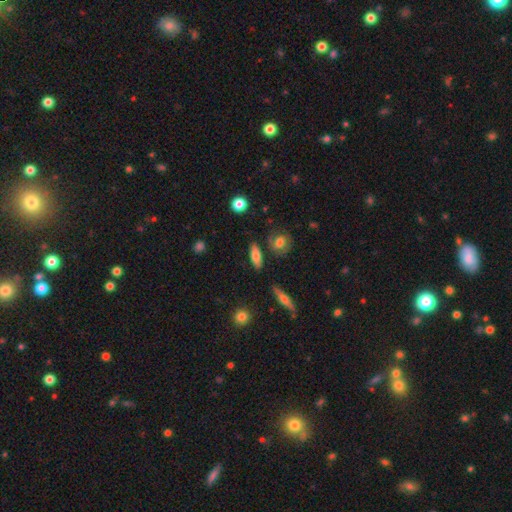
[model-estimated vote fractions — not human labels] smooth 72%, featured or disk 20%, star or artifact 8%. Down the decision tree: how rounded — in between (59%); merging — none (80%).